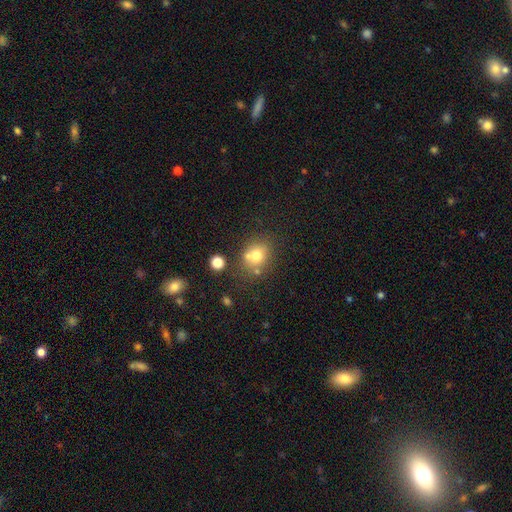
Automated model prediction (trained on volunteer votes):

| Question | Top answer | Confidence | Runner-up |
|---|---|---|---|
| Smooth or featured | smooth | 71% | featured or disk (16%) |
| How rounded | round | 65% | in between (34%) |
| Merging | none | 58% | merger (21%) |